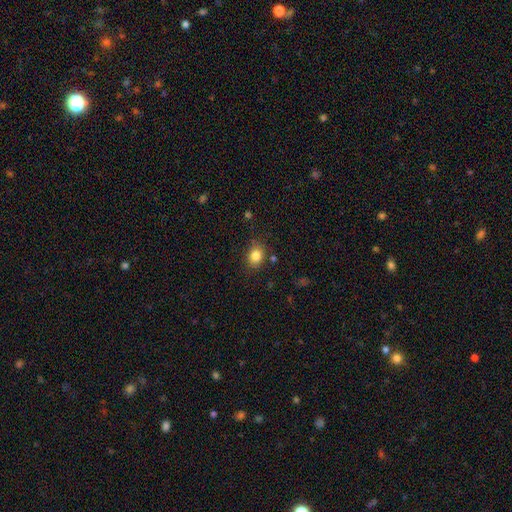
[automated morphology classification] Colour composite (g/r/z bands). It shows a smooth galaxy with no disk features (83%) that is round (52%). Merging: none (82%).